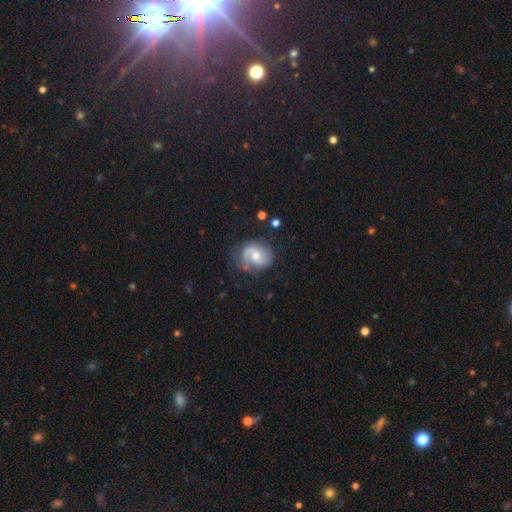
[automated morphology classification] Overall: featured or disk (76%). Edge-on disk: no (98%). Bar: no (46%; weak 45%). Spiral arms: yes (93%). Spiral arm count: 2 (81%). Spiral winding: medium (47%; loose 28%). Bulge size: moderate (61%; small 30%). Merging: none (68%).